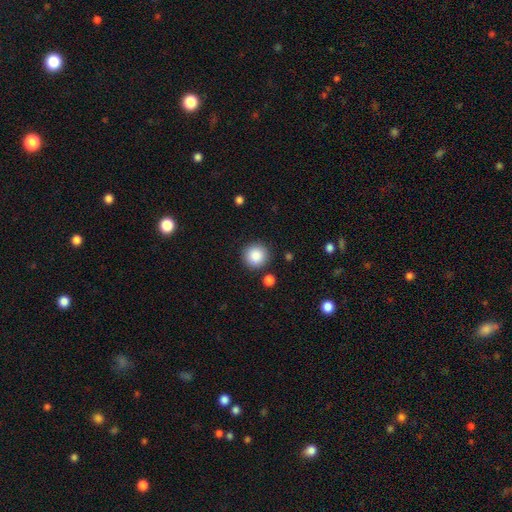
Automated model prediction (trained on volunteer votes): The model was most divided on "smooth or featured": smooth: 87%, star or artifact: 9%, featured or disk: 4%. More confident: how rounded — round (94%); merging — none (88%).